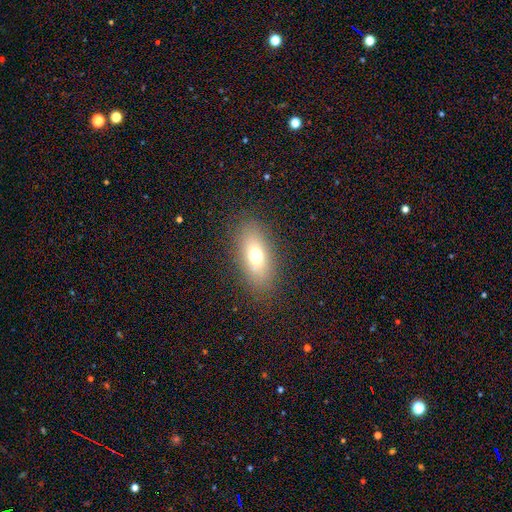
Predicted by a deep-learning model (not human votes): Q: Smooth or featured?
A: smooth (67%); runner-up: featured or disk (20%)
Q: How rounded?
A: in between (78%); runner-up: cigar-shaped (11%)
Q: Merging?
A: none (84%); runner-up: minor disturbance (10%)